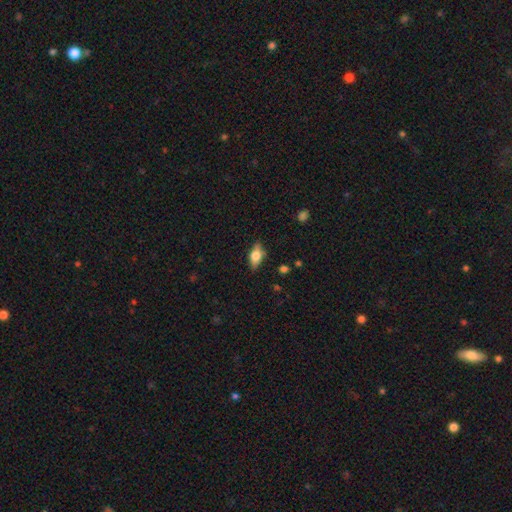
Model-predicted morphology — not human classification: Smooth or featured?
  - smooth: 58% *
  - featured or disk: 34%
  - star or artifact: 8%
How rounded?
  - in between: 81% *
  - cigar-shaped: 12%
  - round: 6%
Merging?
  - none: 79% *
  - minor disturbance: 16%
  - major disturbance: 3%
  - merger: 2%